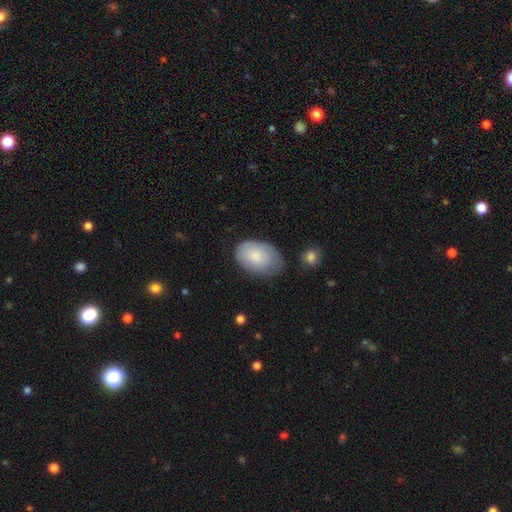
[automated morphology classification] Smooth or featured? smooth (81%)
How rounded? in between (88%)
Merging? none (63%)